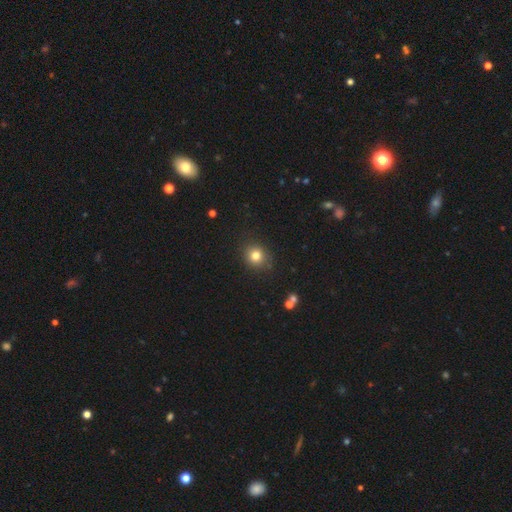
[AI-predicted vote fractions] Q: Smooth or featured?
A: smooth (80%); runner-up: star or artifact (13%)
Q: How rounded?
A: round (82%); runner-up: in between (17%)
Q: Merging?
A: none (86%); runner-up: minor disturbance (10%)